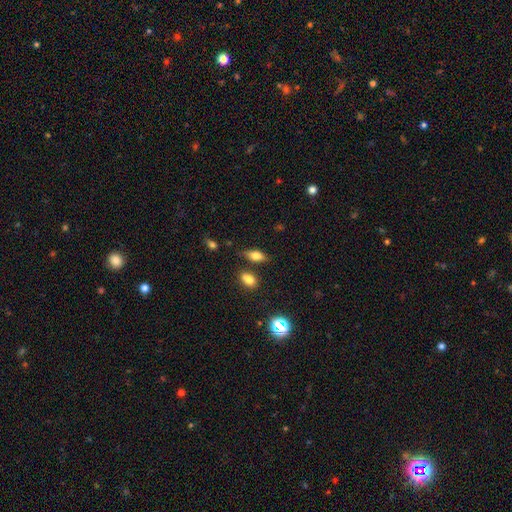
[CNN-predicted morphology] Smooth or featured: smooth — 67% (featured or disk — 23%)
How rounded: in between — 79% (cigar-shaped — 17%)
Merging: none — 70% (minor disturbance — 15%)